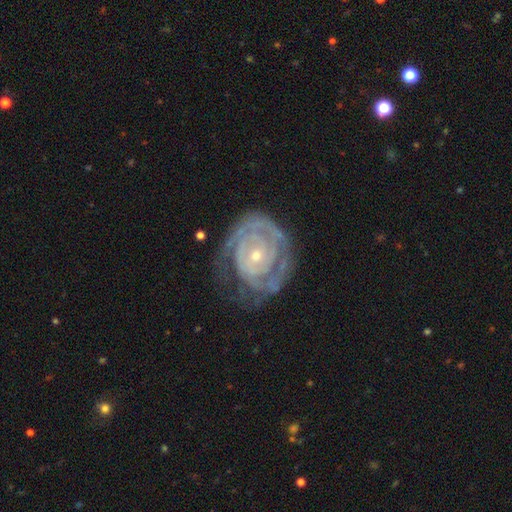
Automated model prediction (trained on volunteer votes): smooth_or_featured: featured or disk (p=0.87) [alt: smooth p=0.08]
disk_edge_on: no (p=0.97) [alt: yes p=0.03]
bar: no (p=0.73) [alt: weak p=0.20]
has_spiral_arms: yes (p=0.94) [alt: no p=0.06]
spiral_winding: tight (p=0.82) [alt: medium p=0.15]
spiral_arm_count: 2 (p=0.34) [alt: can't tell p=0.32]
bulge_size: small (p=0.70) [alt: moderate p=0.27]
merging: none (p=0.64) [alt: minor disturbance p=0.22]